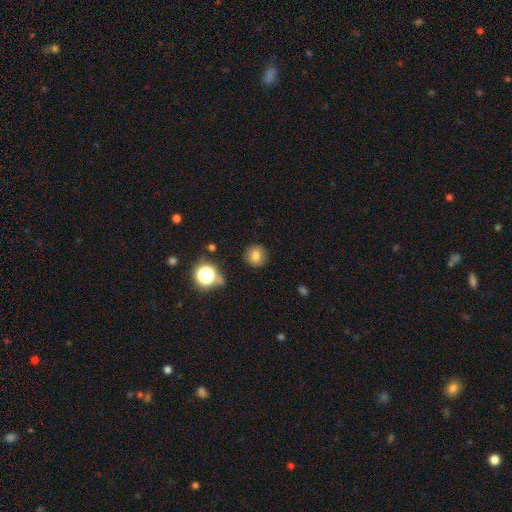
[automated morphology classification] Smooth or featured? Predicted: smooth (p=0.78). How rounded? Predicted: round (p=0.92). Merging? Predicted: none (p=0.87).